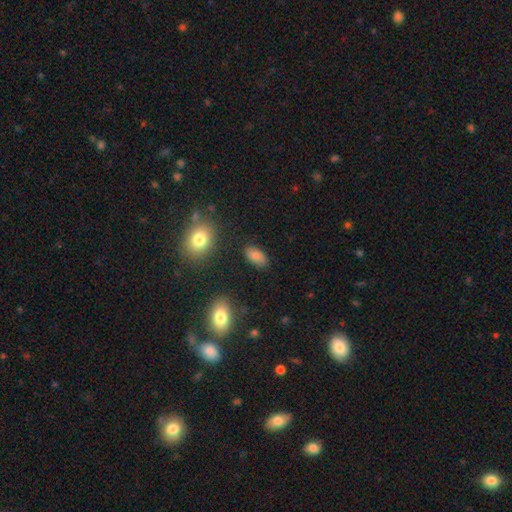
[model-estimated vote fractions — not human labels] Smooth or featured? smooth (80%)
How rounded? in between (92%)
Merging? none (84%)